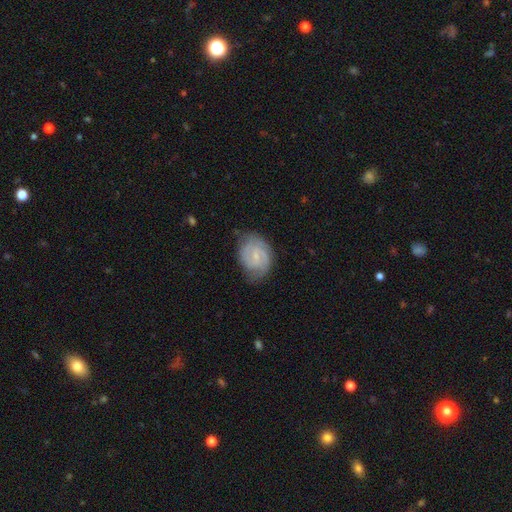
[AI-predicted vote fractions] Morphology: type=featured or disk (77%); edge-on=no (98%); bar=weak (56%); spiral arms=yes (95%); winding=tight (49%); arm count=2 (66%); bulge=small (69%); merging=none (71%).